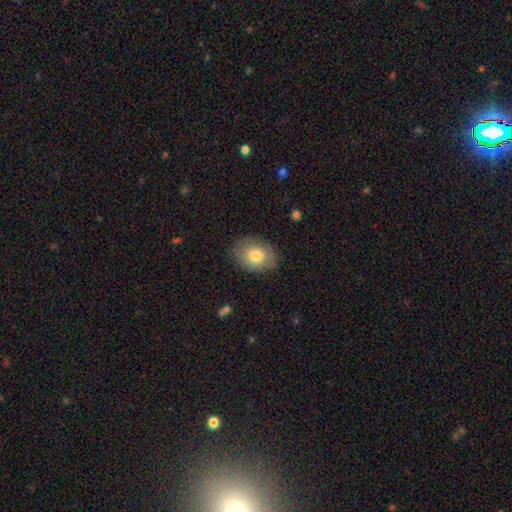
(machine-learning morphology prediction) smooth-or-featured: smooth: 77% | featured or disk: 16% | star or artifact: 7%
  how-rounded: in between: 71% | round: 28% | cigar-shaped: 1%
  merging: none: 82% | minor disturbance: 13% | major disturbance: 4% | merger: 1%